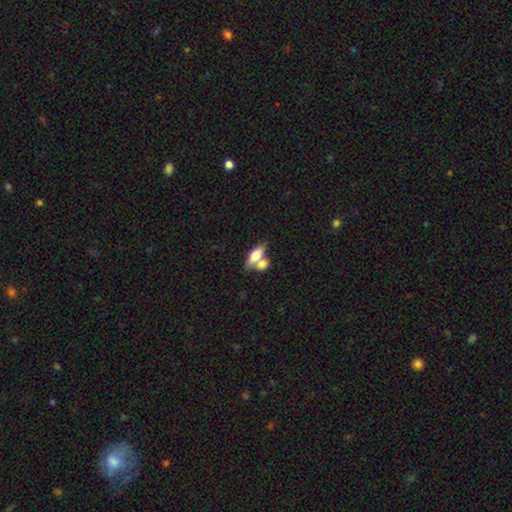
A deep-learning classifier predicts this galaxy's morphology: type=smooth (67%); roundness=in between (78%); merging=merger (54%).